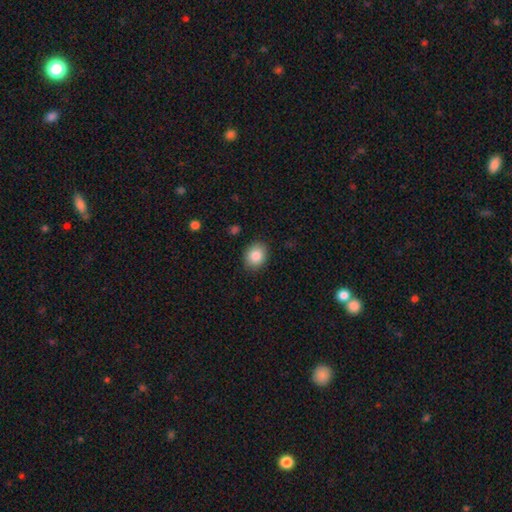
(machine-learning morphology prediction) This is clearly a smooth galaxy (85%). How rounded: possibly round (54%). Merging: clearly none (88%).